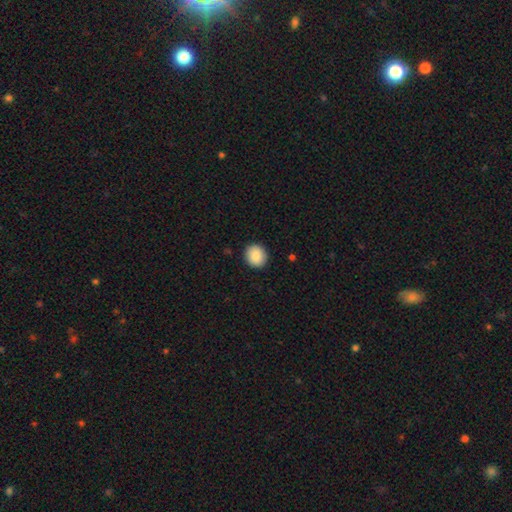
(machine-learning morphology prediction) Overall: smooth (89%). How rounded: round (83%). Merging: none (91%).